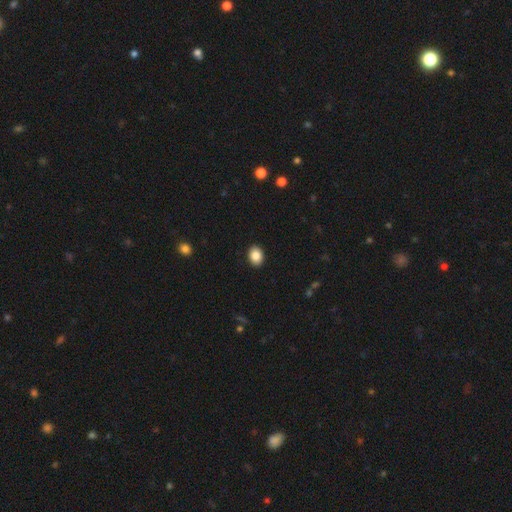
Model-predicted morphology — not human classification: Smooth or featured: smooth — 87% (star or artifact — 8%)
How rounded: in between — 71% (round — 28%)
Merging: none — 91% (minor disturbance — 6%)